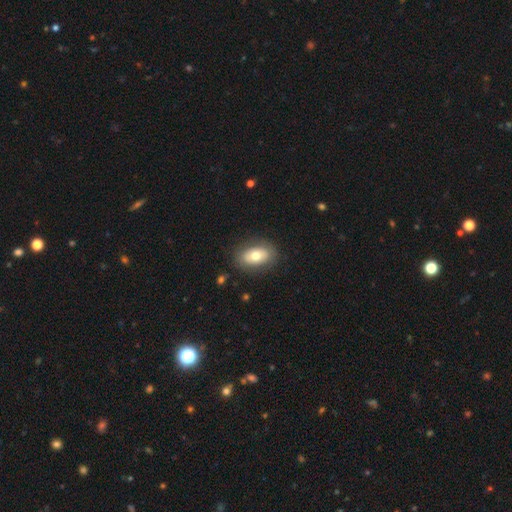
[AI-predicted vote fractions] smooth 69%, featured or disk 24%, star or artifact 7%. Down the decision tree: how rounded — in between (88%); merging — none (85%).